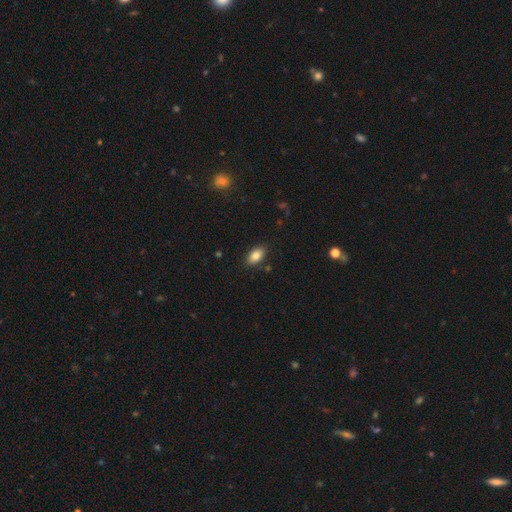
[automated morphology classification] Smooth or featured? smooth (83%)
How rounded? in between (92%)
Merging? none (86%)